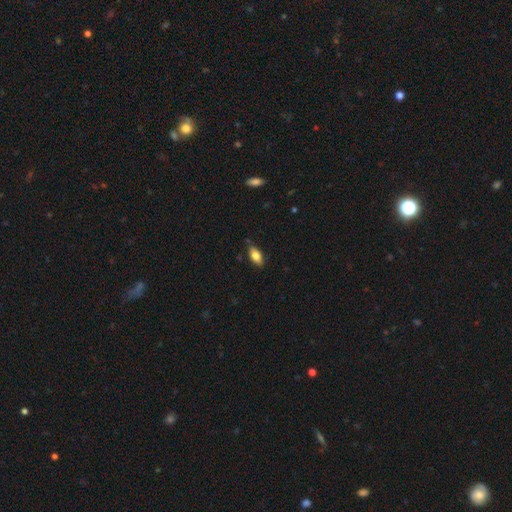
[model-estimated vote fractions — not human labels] A smooth galaxy with no disk features (76%) that is in between round and cigar-shaped (88%). Merging: none (81%).